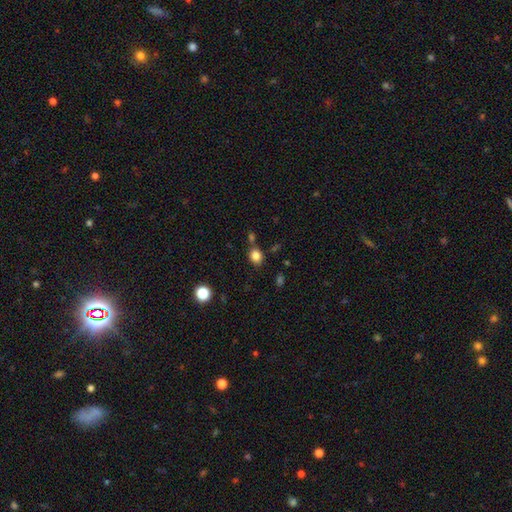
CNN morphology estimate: Smooth or featured? Predicted: smooth (p=0.83). How rounded? Predicted: round (p=0.57). Merging? Predicted: none (p=0.72).